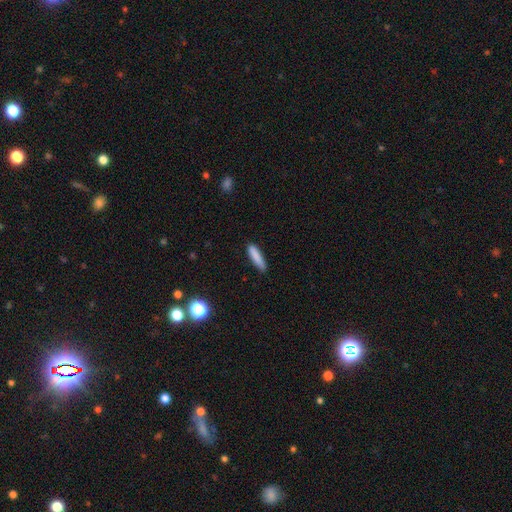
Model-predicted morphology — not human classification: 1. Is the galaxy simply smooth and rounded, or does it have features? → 86% smooth, 7% star or artifact, 7% featured or disk.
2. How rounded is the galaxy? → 79% cigar-shaped, 19% in between, 2% round.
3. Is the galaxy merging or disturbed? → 82% none, 14% minor disturbance, 3% major disturbance, 1% merger.